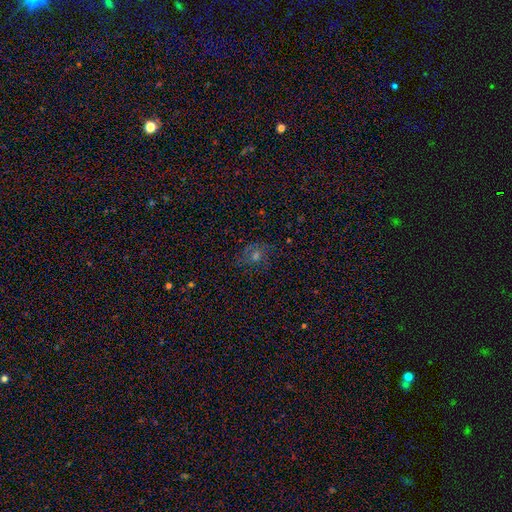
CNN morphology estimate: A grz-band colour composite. It shows a smooth galaxy with no disk features (36%). Merging: none (73%).